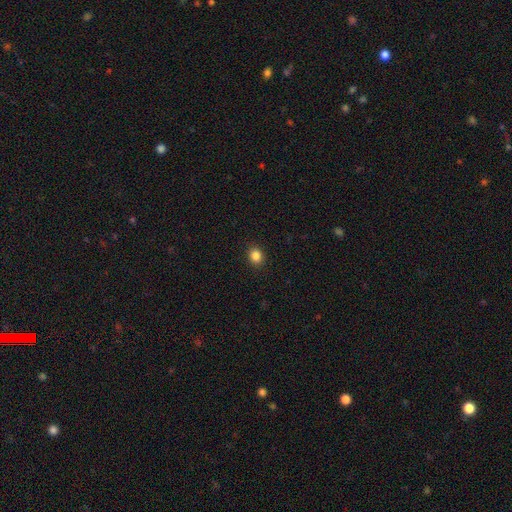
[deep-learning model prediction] Q: Smooth or featured?
A: smooth (85%); runner-up: star or artifact (11%)
Q: How rounded?
A: round (62%); runner-up: in between (37%)
Q: Merging?
A: none (91%); runner-up: minor disturbance (6%)